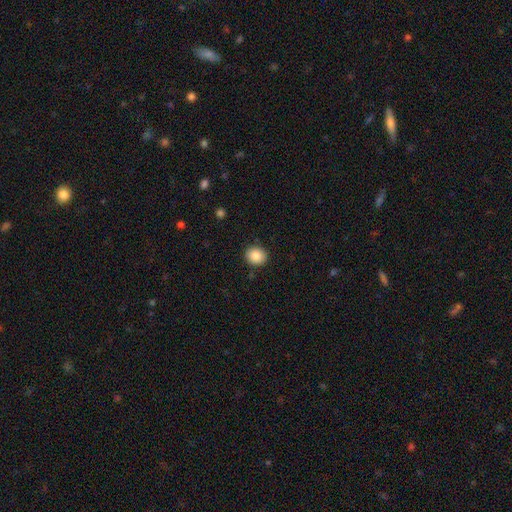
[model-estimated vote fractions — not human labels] A smooth galaxy with no disk features (87%) that is round (72%). Merging: none (90%).